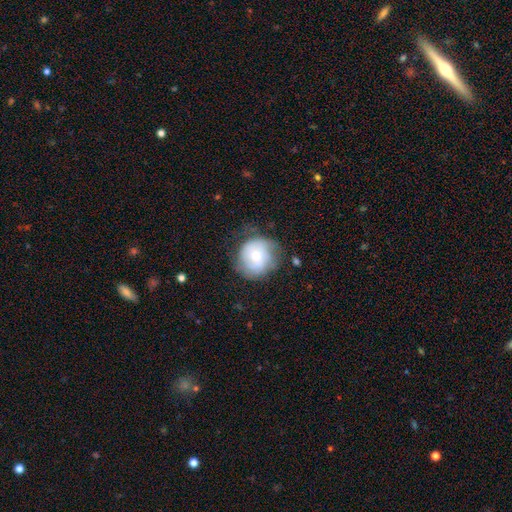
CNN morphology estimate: Smooth or featured? featured or disk (49%)
Merging? none (59%)